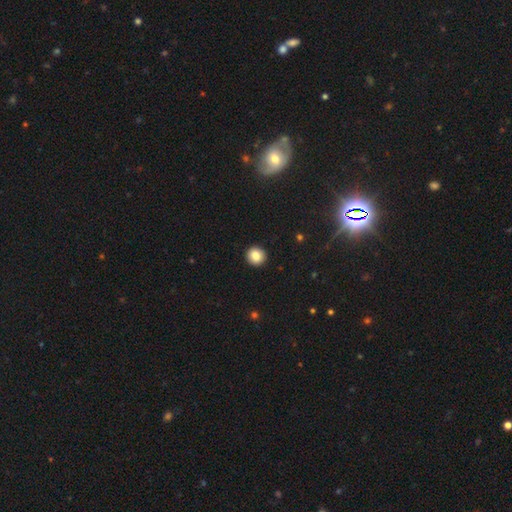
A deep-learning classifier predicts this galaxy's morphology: Smooth or featured?
  - smooth: 86% *
  - star or artifact: 9%
  - featured or disk: 5%
How rounded?
  - round: 92% *
  - in between: 7%
  - cigar-shaped: 1%
Merging?
  - none: 93% *
  - minor disturbance: 5%
  - major disturbance: 2%
  - merger: 1%